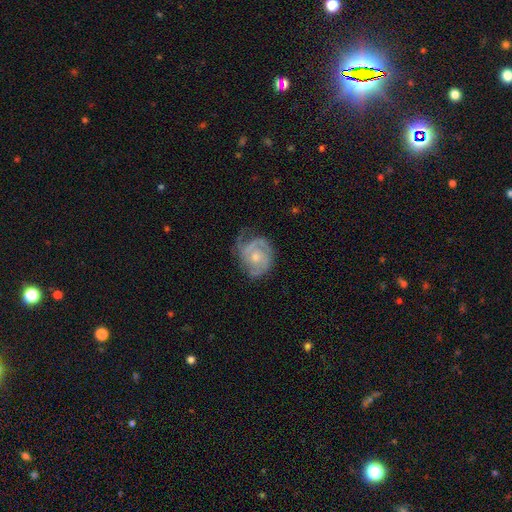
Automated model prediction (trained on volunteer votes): This appears to be a featured or disk galaxy (80%) with no bar (72%), 2 (43%) tight (50%) spiral arms (93%) and a moderate central bulge (51%). Merging: none (54%).